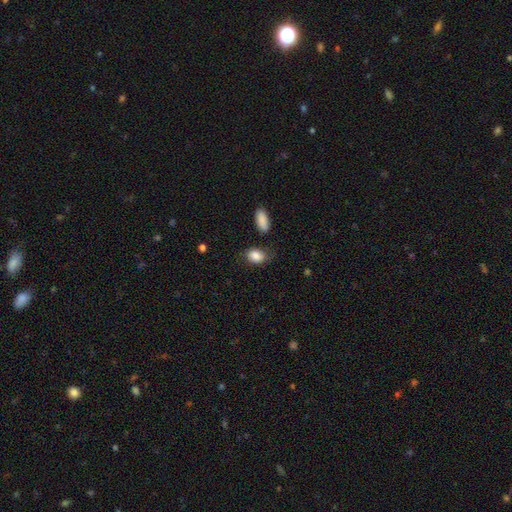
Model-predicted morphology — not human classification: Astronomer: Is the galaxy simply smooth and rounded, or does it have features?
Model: smooth — 86%.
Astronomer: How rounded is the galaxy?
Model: in between — 77%.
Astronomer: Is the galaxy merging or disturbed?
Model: none — 67%.